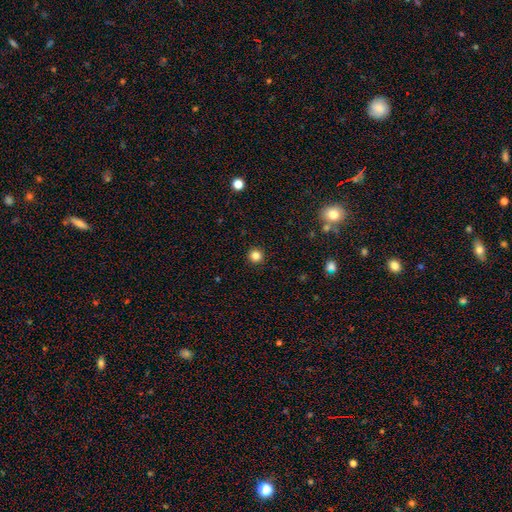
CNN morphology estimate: This is clearly a smooth galaxy (84%). How rounded: clearly round (96%). Merging: clearly none (93%).